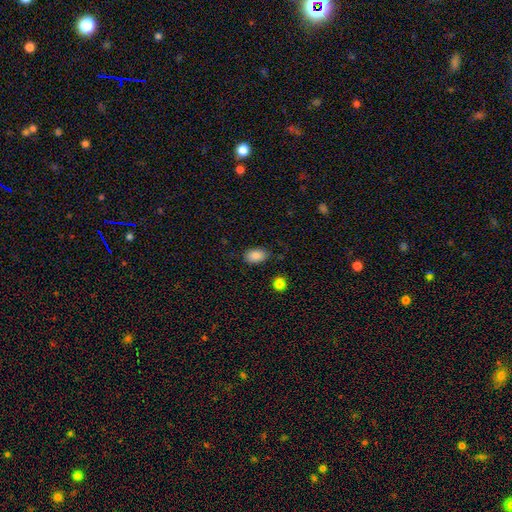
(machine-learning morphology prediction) This appears to be a smooth galaxy with no disk features (87%) that is in between round and cigar-shaped (88%). Merging: none (80%).